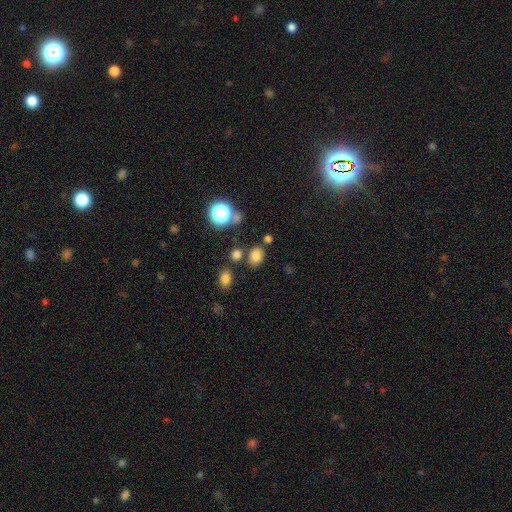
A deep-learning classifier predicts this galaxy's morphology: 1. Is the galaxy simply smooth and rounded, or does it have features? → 77% smooth, 16% star or artifact, 7% featured or disk.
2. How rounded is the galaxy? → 60% in between, 39% round, 1% cigar-shaped.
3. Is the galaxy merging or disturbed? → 75% none, 12% minor disturbance, 9% merger, 4% major disturbance.